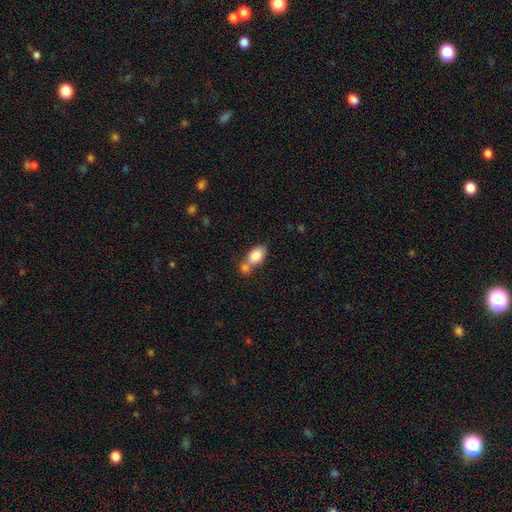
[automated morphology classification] Overall: smooth (82%). How rounded: in between (86%). Merging: merger (49%; none 36%).